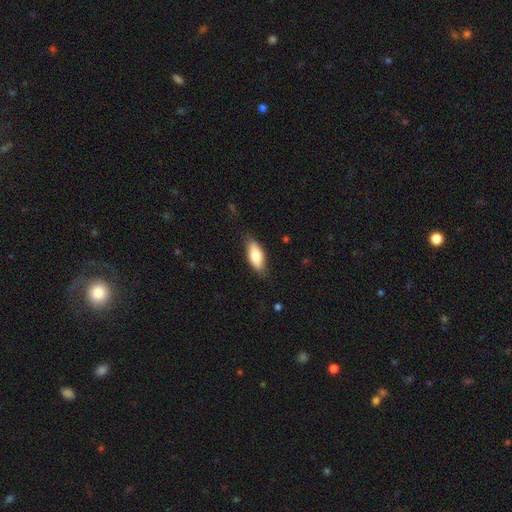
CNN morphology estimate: Smooth or featured?
  - smooth: 76% *
  - featured or disk: 18%
  - star or artifact: 6%
How rounded?
  - in between: 82% *
  - cigar-shaped: 15%
  - round: 2%
Merging?
  - none: 79% *
  - minor disturbance: 16%
  - major disturbance: 3%
  - merger: 1%